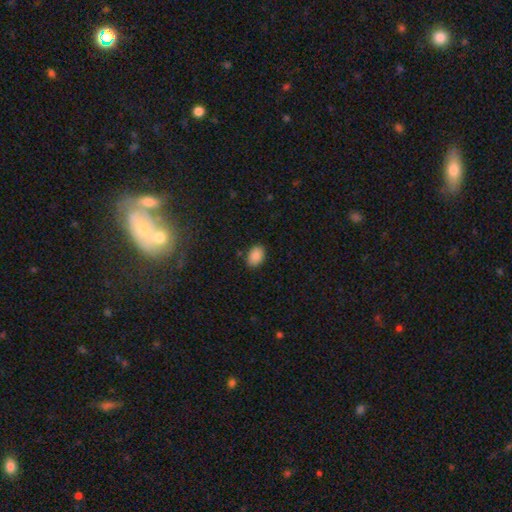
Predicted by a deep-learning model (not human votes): Smooth or featured? Predicted: smooth (p=0.89). How rounded? Predicted: in between (p=0.82). Merging? Predicted: none (p=0.87).